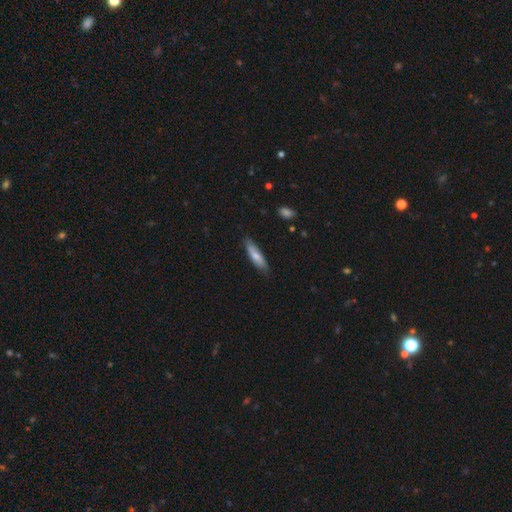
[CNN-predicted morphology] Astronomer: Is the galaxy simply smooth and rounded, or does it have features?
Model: smooth — 71%.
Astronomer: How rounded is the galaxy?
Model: cigar-shaped — 65%.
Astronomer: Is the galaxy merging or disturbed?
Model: none — 82%.